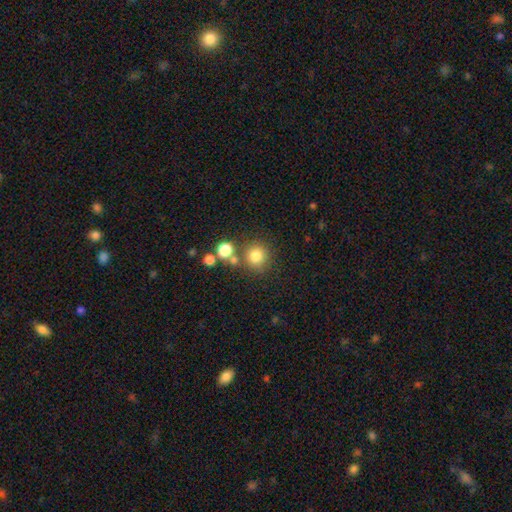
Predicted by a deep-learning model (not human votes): Smooth or featured? Predicted: smooth (p=0.80). How rounded? Predicted: round (p=0.91). Merging? Predicted: none (p=0.74).